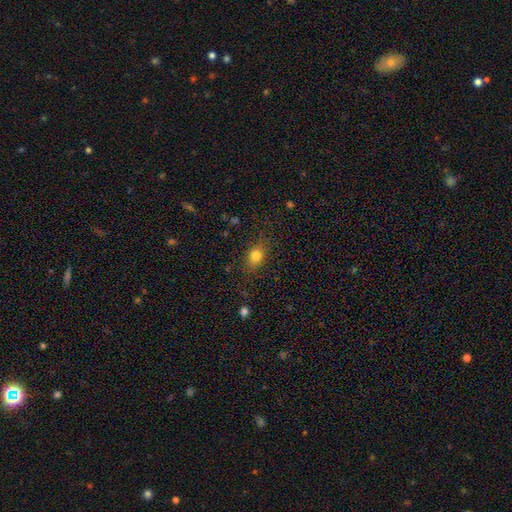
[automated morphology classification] smooth 80%, star or artifact 12%, featured or disk 8%. Down the decision tree: how rounded — in between (56%); merging — none (80%).